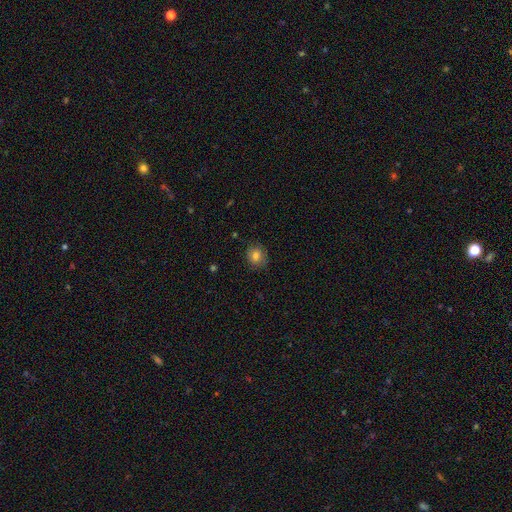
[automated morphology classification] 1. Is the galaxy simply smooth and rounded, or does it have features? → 76% smooth, 13% featured or disk, 11% star or artifact.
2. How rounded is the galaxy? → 72% round, 27% in between, 1% cigar-shaped.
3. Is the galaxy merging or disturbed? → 81% none, 14% minor disturbance, 4% major disturbance, 1% merger.